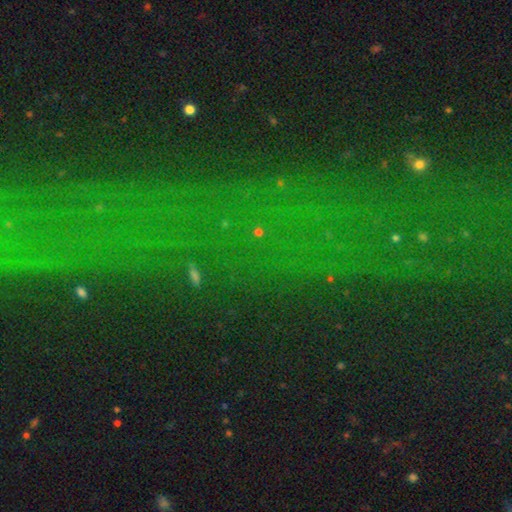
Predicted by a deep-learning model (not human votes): Smooth or featured: star or artifact — 74% (smooth — 15%)